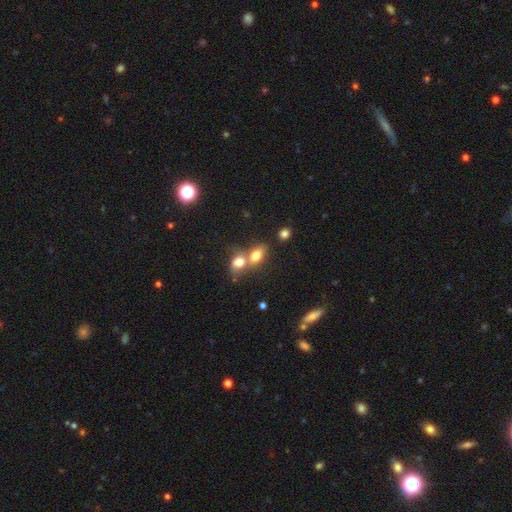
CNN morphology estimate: smooth_or_featured: smooth (p=0.76) [alt: featured or disk p=0.14]
how_rounded: in between (p=0.76) [alt: round p=0.20]
merging: merger (p=0.61) [alt: none p=0.27]